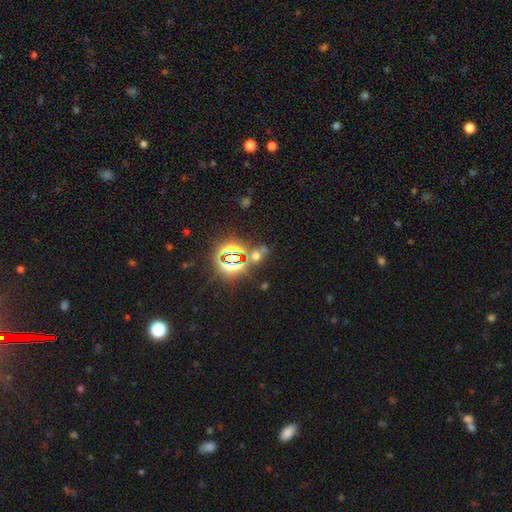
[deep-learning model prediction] smooth-or-featured: star or artifact: 60% | smooth: 29% | featured or disk: 10%